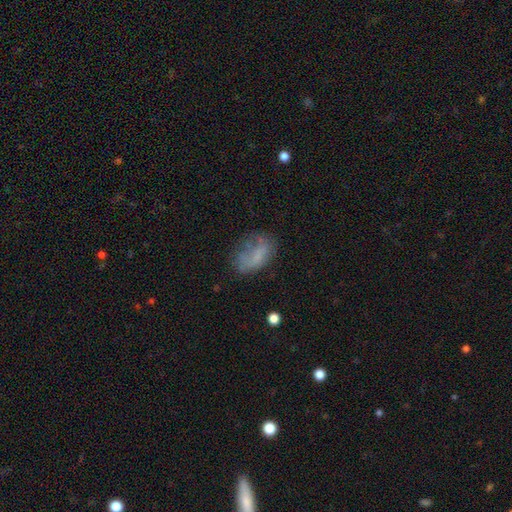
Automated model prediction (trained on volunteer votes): Smooth or featured?
  - smooth: 63% *
  - featured or disk: 25%
  - star or artifact: 12%
How rounded?
  - in between: 88% *
  - round: 10%
  - cigar-shaped: 2%
Merging?
  - none: 43% *
  - minor disturbance: 29%
  - major disturbance: 25%
  - merger: 4%